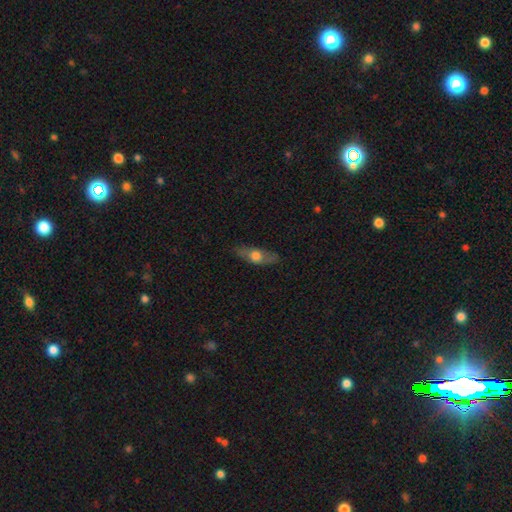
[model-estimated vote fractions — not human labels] Smooth or featured? smooth (51%)
How rounded? in between (56%)
Merging? none (79%)